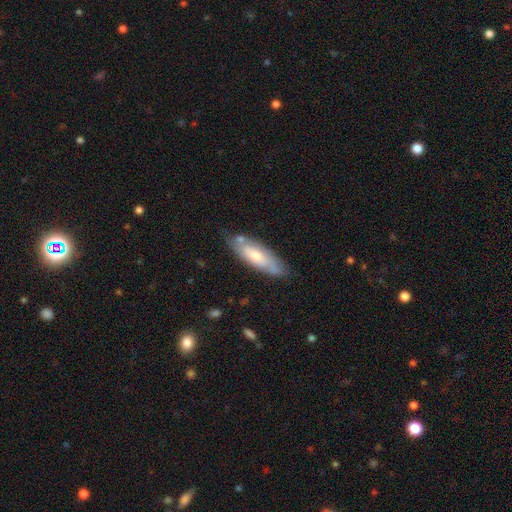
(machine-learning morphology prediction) A smooth galaxy with no disk features (52%) that is in between round and cigar-shaped (55%). Merging: none (68%).